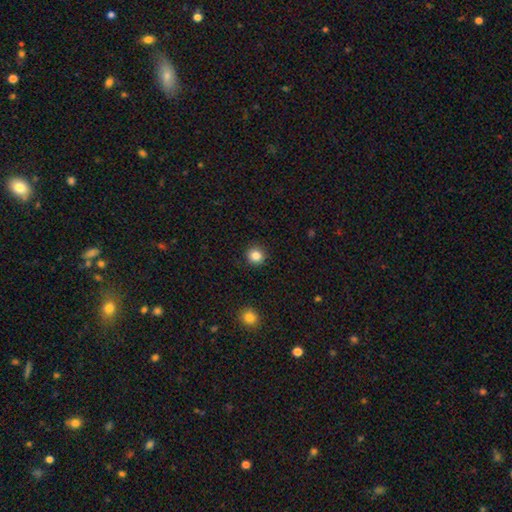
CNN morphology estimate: A smooth galaxy with no disk features (85%) that is round (91%). Merging: none (91%).